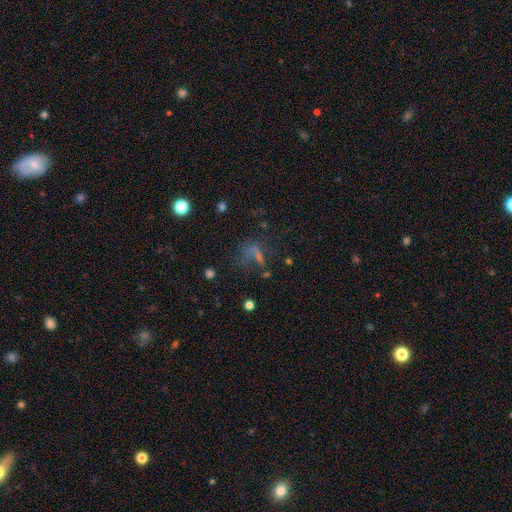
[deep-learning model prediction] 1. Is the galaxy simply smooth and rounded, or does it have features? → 41% smooth, 31% star or artifact, 28% featured or disk.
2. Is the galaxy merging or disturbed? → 39% none, 36% major disturbance, 18% minor disturbance, 7% merger.